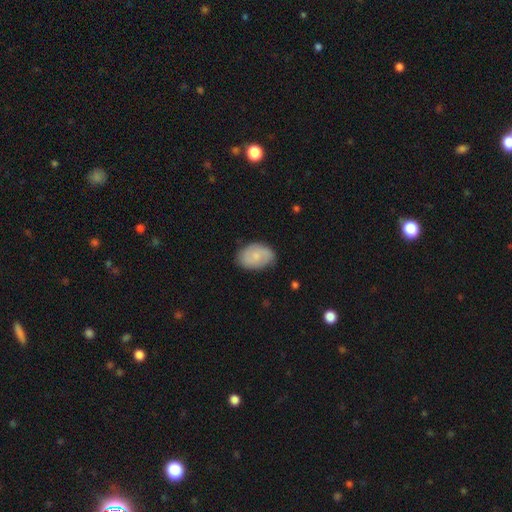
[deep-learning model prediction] Q: Smooth or featured?
A: smooth (62%); runner-up: featured or disk (32%)
Q: How rounded?
A: in between (84%); runner-up: round (15%)
Q: Merging?
A: none (77%); runner-up: minor disturbance (18%)